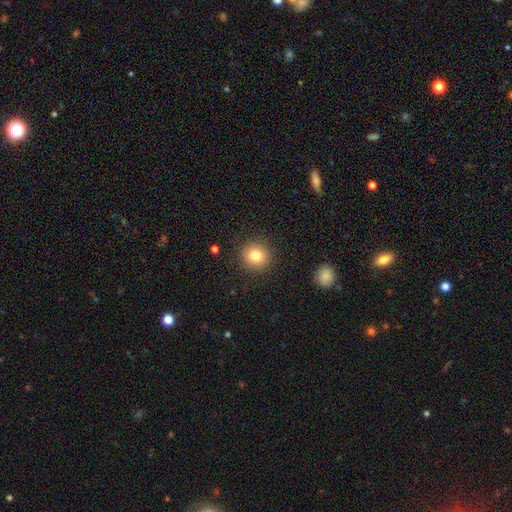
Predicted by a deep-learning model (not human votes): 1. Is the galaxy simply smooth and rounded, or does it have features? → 80% smooth, 11% star or artifact, 9% featured or disk.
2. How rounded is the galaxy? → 94% round, 6% in between, 1% cigar-shaped.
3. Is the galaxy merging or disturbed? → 91% none, 6% minor disturbance, 2% major disturbance, 1% merger.